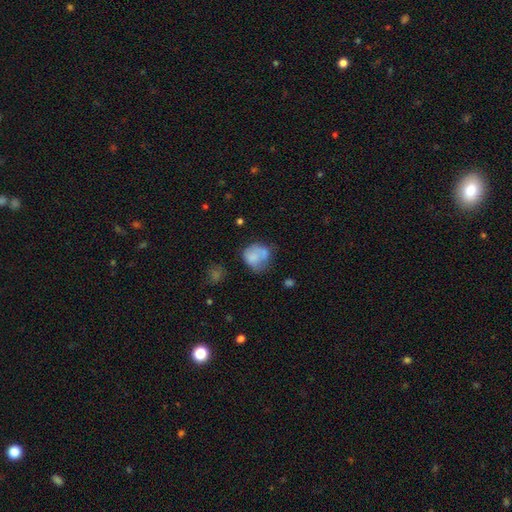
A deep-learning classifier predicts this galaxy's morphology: This appears to be a smooth galaxy with no disk features (68%) that is round (66%). Merging: none (37%).